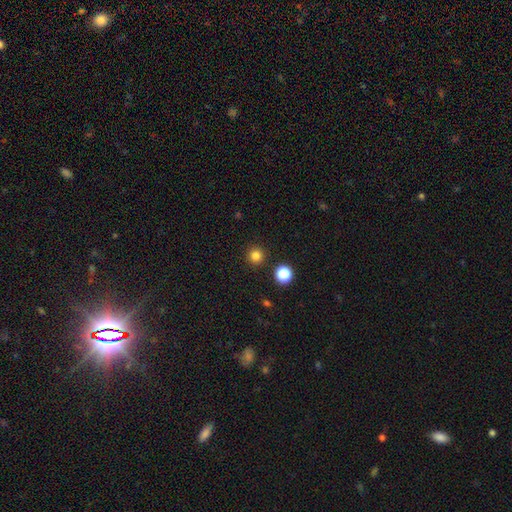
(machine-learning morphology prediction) This appears to be a smooth galaxy with no disk features (82%) that is round (96%). Merging: none (92%).